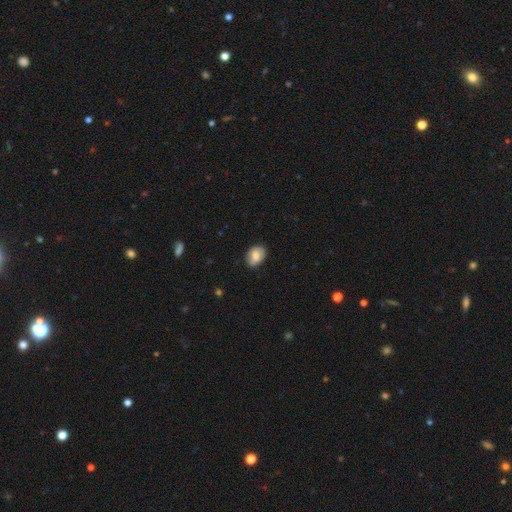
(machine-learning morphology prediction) Overall: smooth (76%). How rounded: in between (76%). Merging: none (83%).